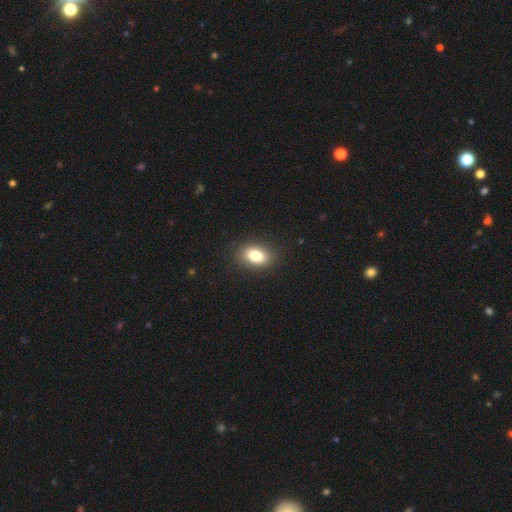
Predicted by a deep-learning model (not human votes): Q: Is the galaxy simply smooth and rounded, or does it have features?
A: smooth — 81%.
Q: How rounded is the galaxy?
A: in between — 84%.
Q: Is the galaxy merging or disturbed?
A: none — 88%.